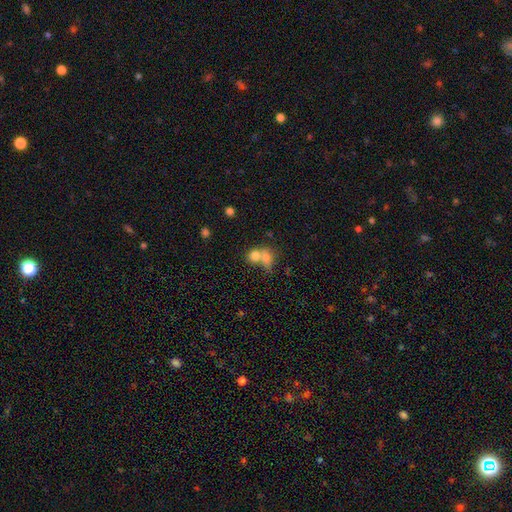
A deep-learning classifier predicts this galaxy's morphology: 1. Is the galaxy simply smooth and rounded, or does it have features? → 75% smooth, 14% featured or disk, 11% star or artifact.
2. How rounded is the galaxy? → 55% round, 43% in between, 2% cigar-shaped.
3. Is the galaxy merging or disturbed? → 63% merger, 26% none, 7% minor disturbance, 5% major disturbance.